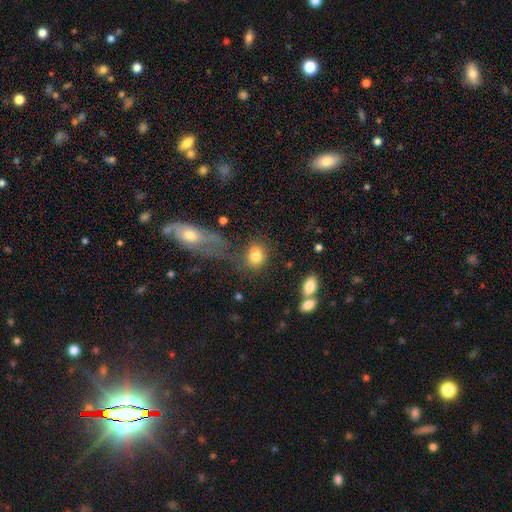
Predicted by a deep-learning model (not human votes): Q: Smooth or featured?
A: smooth (79%); runner-up: featured or disk (11%)
Q: How rounded?
A: in between (51%); runner-up: round (47%)
Q: Merging?
A: none (56%); runner-up: merger (17%)